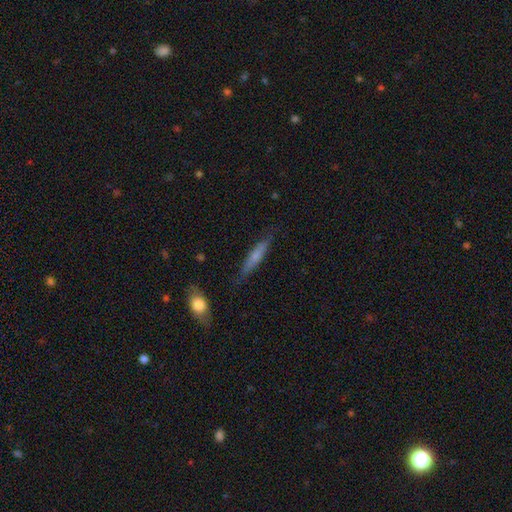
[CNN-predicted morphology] Overall: smooth (59%; featured or disk 34%). How rounded: cigar-shaped (89%). Merging: none (81%).